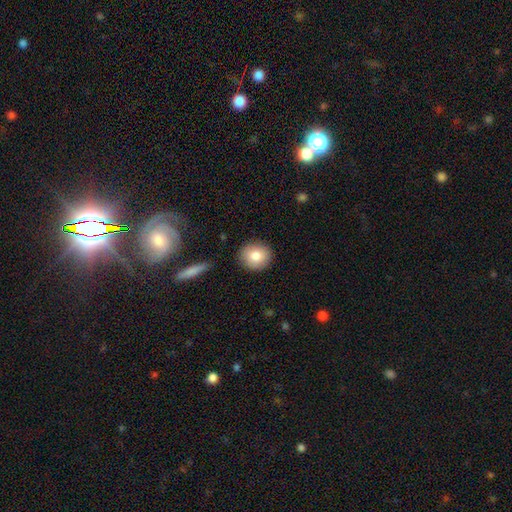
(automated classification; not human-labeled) Q: Smooth or featured?
A: smooth (82%); runner-up: featured or disk (10%)
Q: How rounded?
A: round (83%); runner-up: in between (15%)
Q: Merging?
A: none (89%); runner-up: minor disturbance (8%)